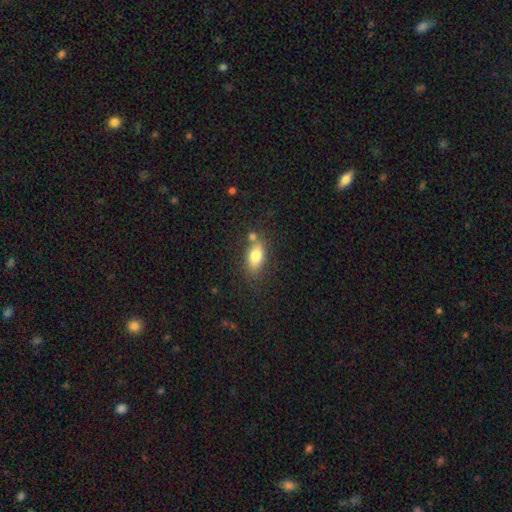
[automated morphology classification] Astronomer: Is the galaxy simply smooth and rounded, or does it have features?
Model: smooth — 77%.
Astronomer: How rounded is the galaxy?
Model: in between — 85%.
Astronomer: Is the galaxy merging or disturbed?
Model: none — 61%.